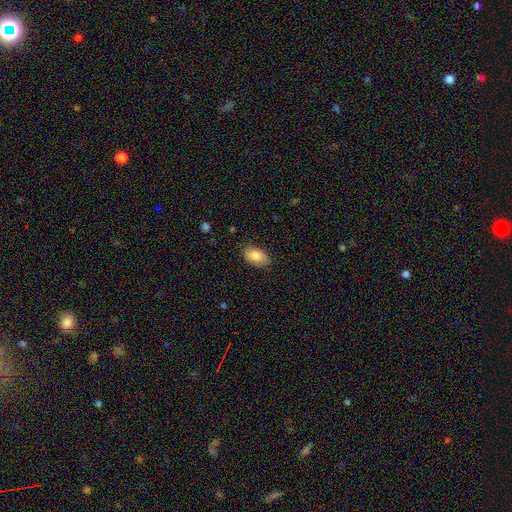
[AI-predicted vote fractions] A smooth galaxy with no disk features (83%) that is in between round and cigar-shaped (93%). Merging: none (85%).